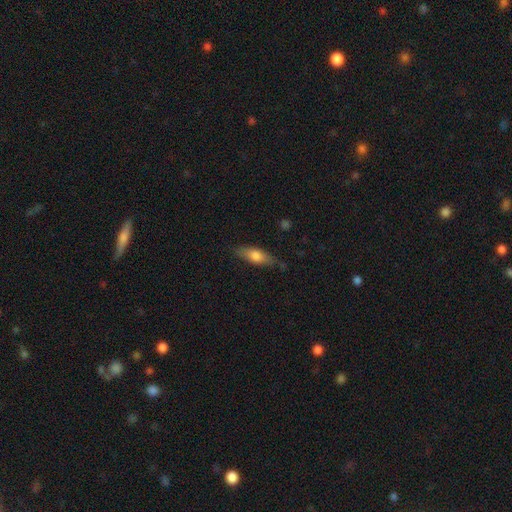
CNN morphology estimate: A smooth galaxy with no disk features (69%) that is in between round and cigar-shaped (59%).

Vote fractions:
- Smooth or featured? smooth: 69% / featured or disk: 24% / star or artifact: 6%
- How rounded? in between: 59% / cigar-shaped: 38% / round: 3%
- Merging? none: 77% / minor disturbance: 17% / major disturbance: 4% / merger: 2%